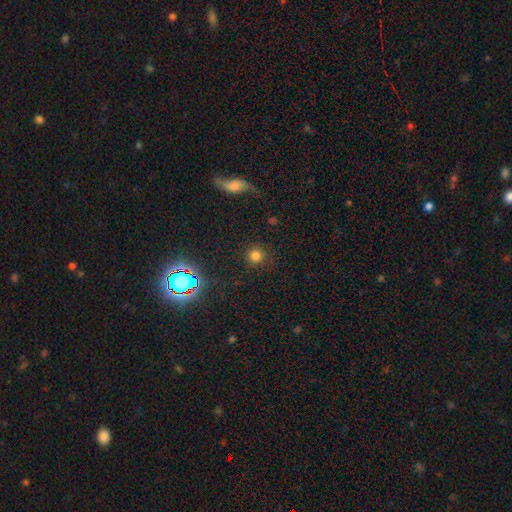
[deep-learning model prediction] Morphology: type=smooth (75%); roundness=round (94%); merging=none (88%).